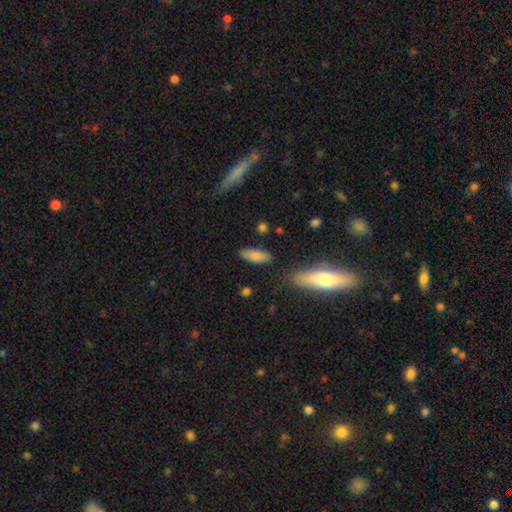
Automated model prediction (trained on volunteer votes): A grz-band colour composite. It shows a smooth galaxy with no disk features (81%) that is in between round and cigar-shaped (65%). Merging: none (80%).